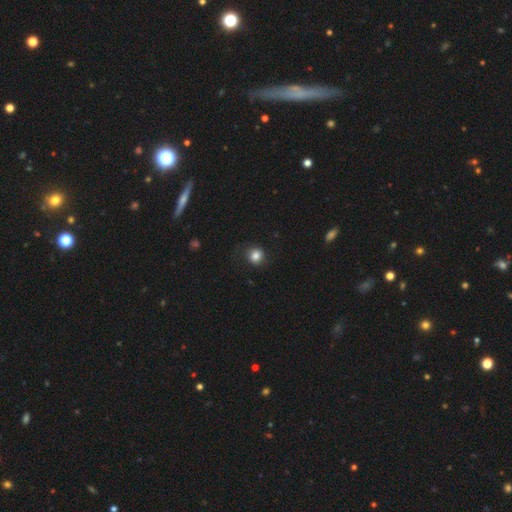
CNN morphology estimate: A smooth galaxy with no disk features (83%) that is round (85%). Merging: none (80%).